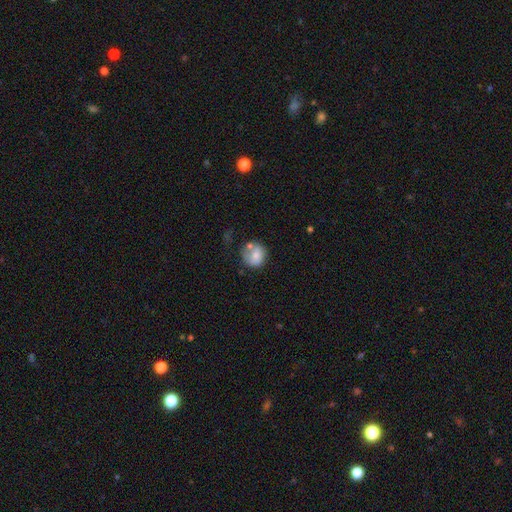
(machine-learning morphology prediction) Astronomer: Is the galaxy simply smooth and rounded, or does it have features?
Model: smooth — 68%.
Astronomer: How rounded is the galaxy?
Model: round — 77%.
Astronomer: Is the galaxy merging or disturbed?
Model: none — 46% (runner-up: minor disturbance, 23%).